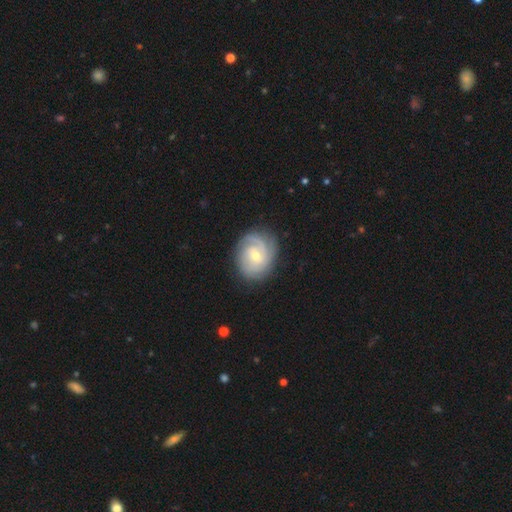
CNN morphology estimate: A featured or disk galaxy (79%) with no bar (55%), tight (63%) spiral arms (94%) and a small central bulge (53%). Merging: none (75%).